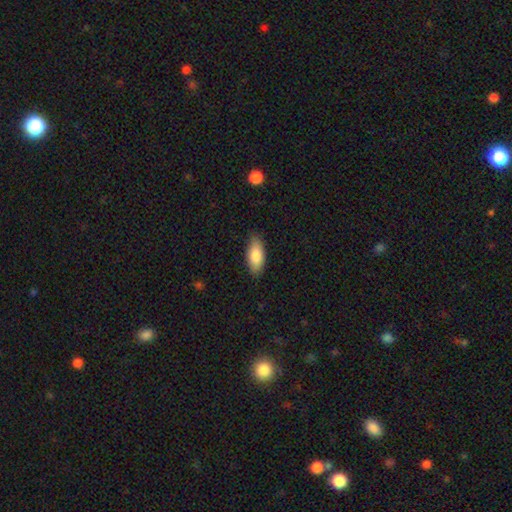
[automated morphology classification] A smooth galaxy with no disk features (84%) that is in between round and cigar-shaped (86%).

Vote fractions:
- Smooth or featured? smooth: 84% / featured or disk: 10% / star or artifact: 6%
- How rounded? in between: 86% / cigar-shaped: 12% / round: 2%
- Merging? none: 84% / minor disturbance: 13% / major disturbance: 2% / merger: 1%